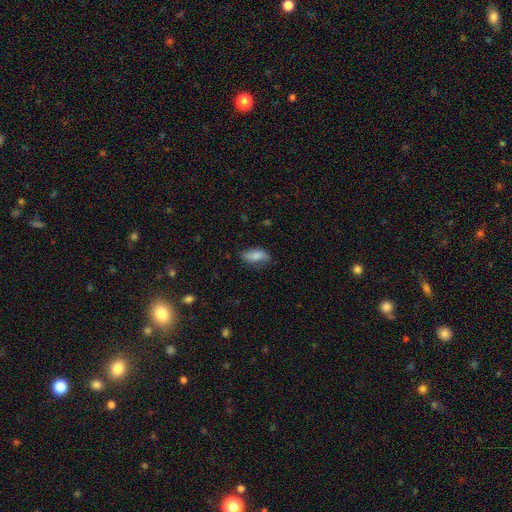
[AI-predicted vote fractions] Smooth or featured: smooth — 77% (featured or disk — 16%)
How rounded: in between — 85% (cigar-shaped — 12%)
Merging: none — 71% (minor disturbance — 23%)